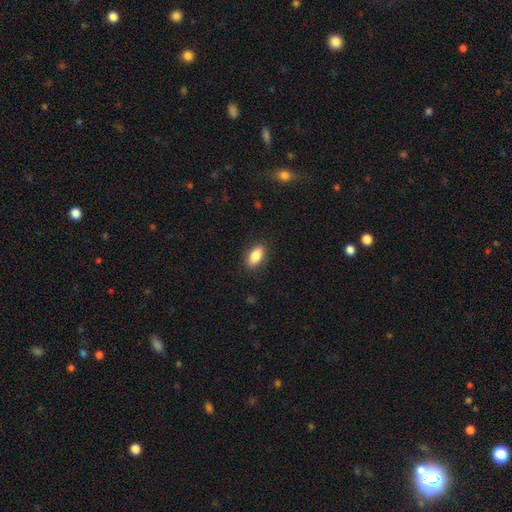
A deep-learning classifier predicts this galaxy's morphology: Smooth or featured?
  - smooth: 87% *
  - star or artifact: 7%
  - featured or disk: 6%
How rounded?
  - in between: 90% *
  - cigar-shaped: 6%
  - round: 5%
Merging?
  - none: 87% *
  - minor disturbance: 9%
  - major disturbance: 3%
  - merger: 1%